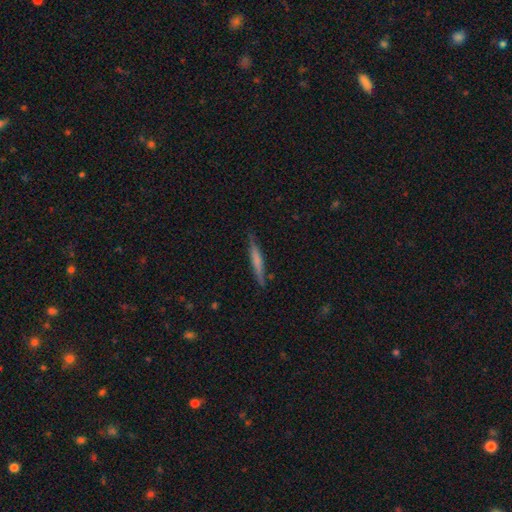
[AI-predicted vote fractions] The model was most divided on "smooth or featured": smooth: 47%, featured or disk: 46%, star or artifact: 7%. More confident: merging — none (87%).